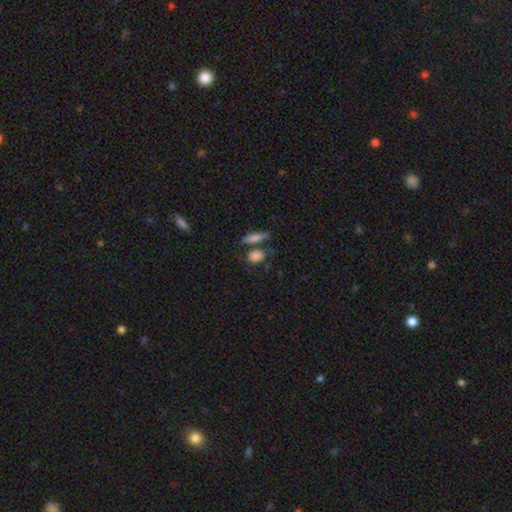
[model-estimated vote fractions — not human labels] This is clearly a smooth galaxy (82%). How rounded: possibly in between (56%). Merging: possibly none (58%).